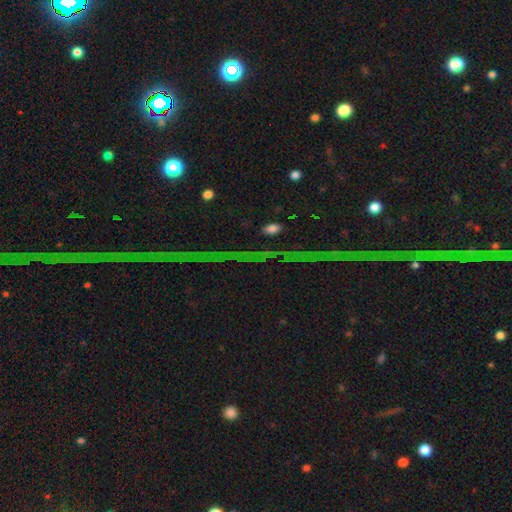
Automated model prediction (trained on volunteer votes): Smooth or featured: star or artifact — 82% (featured or disk — 10%)